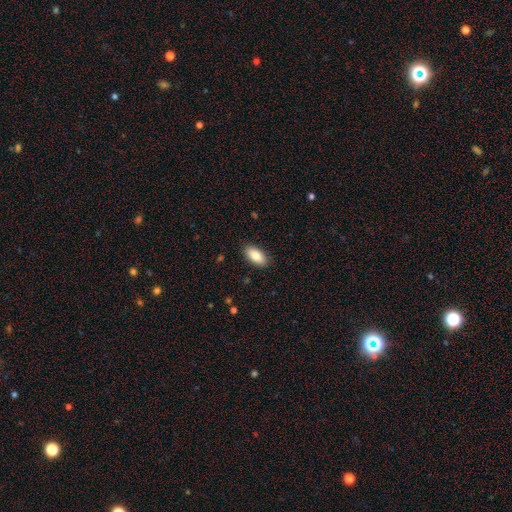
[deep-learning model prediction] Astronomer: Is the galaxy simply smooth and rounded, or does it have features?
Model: smooth — 84%.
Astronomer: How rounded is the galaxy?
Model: in between — 93%.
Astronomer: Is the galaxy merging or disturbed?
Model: none — 89%.